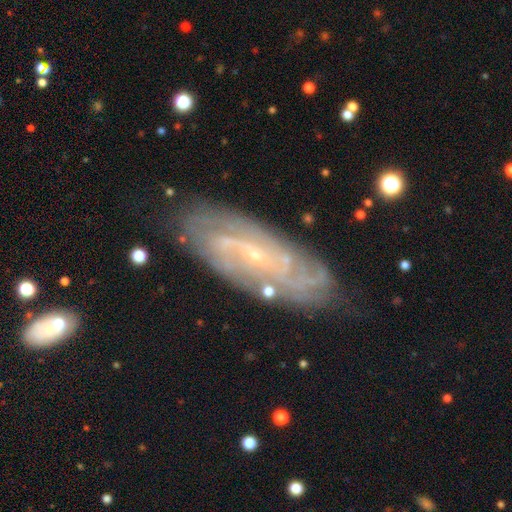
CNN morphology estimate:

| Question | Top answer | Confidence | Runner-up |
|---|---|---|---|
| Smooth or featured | featured or disk | 82% | smooth (11%) |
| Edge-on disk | no | 88% | yes (12%) |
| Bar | no | 43% | weak (42%) |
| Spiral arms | yes | 93% | no (7%) |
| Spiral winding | tight | 59% | medium (30%) |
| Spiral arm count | can't tell | 42% | 2 (22%) |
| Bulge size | small | 83% | moderate (11%) |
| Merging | none | 80% | minor disturbance (15%) |